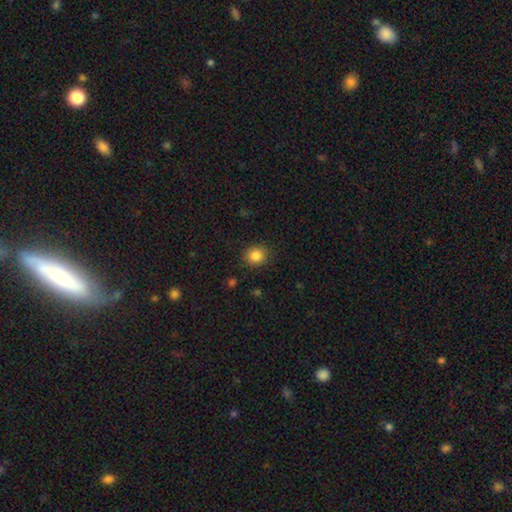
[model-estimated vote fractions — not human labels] Q: Smooth or featured?
A: smooth (85%); runner-up: star or artifact (10%)
Q: How rounded?
A: round (81%); runner-up: in between (18%)
Q: Merging?
A: none (88%); runner-up: minor disturbance (8%)